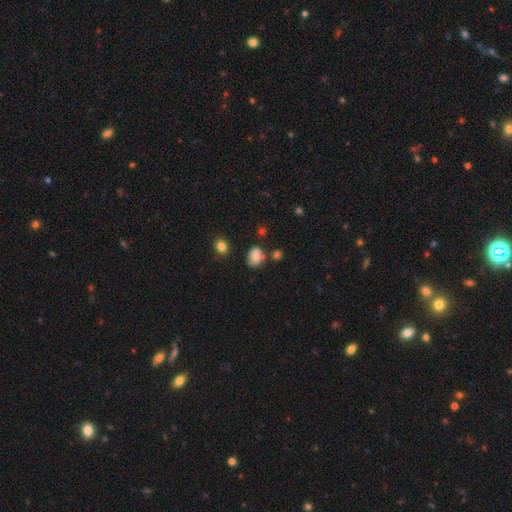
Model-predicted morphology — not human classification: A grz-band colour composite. It shows a smooth galaxy with no disk features (78%) that is in between round and cigar-shaped (65%). Merging: none (63%).